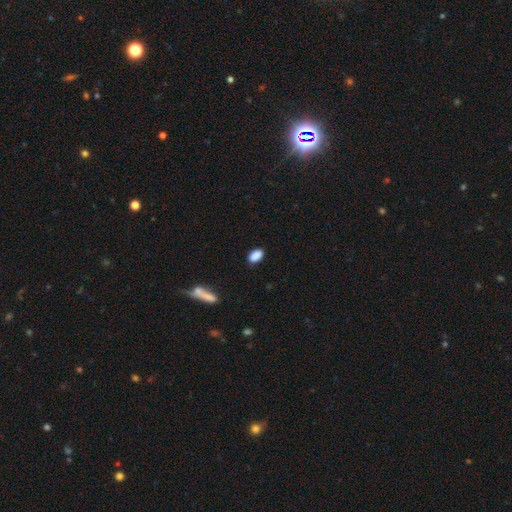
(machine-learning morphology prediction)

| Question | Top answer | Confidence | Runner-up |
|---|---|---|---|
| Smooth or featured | smooth | 88% | star or artifact (8%) |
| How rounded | in between | 90% | round (7%) |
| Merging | none | 84% | minor disturbance (12%) |